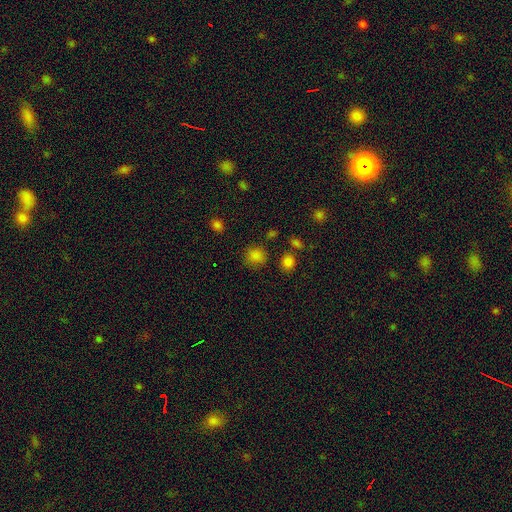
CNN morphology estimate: Q: Smooth or featured?
A: smooth (81%); runner-up: star or artifact (15%)
Q: How rounded?
A: round (85%); runner-up: in between (14%)
Q: Merging?
A: none (80%); runner-up: minor disturbance (12%)